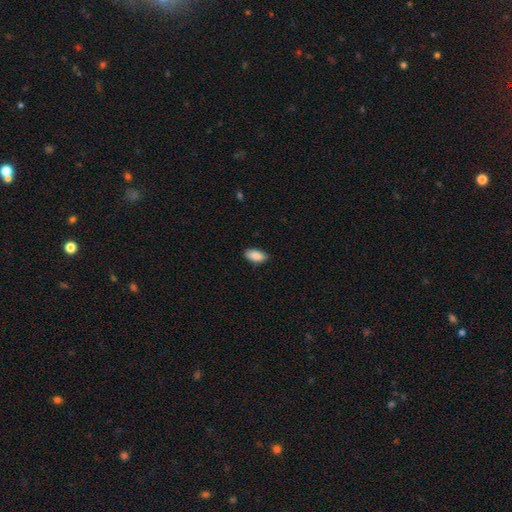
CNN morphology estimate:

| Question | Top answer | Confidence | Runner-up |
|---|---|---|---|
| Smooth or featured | smooth | 89% | star or artifact (6%) |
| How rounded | in between | 92% | cigar-shaped (5%) |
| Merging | none | 85% | minor disturbance (12%) |